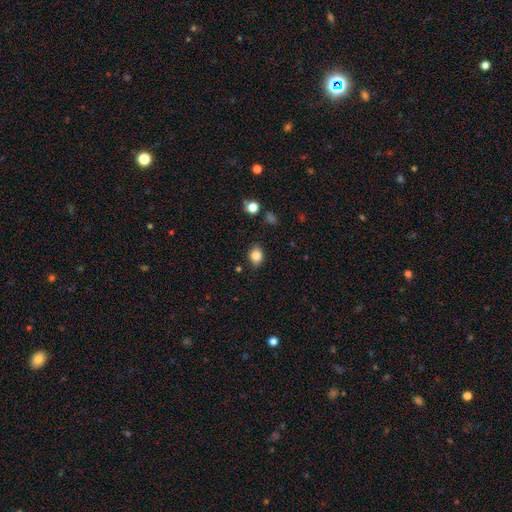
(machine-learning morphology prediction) A smooth galaxy with no disk features (83%) that is in between round and cigar-shaped (56%).

Vote fractions:
- Smooth or featured? smooth: 83% / star or artifact: 10% / featured or disk: 7%
- How rounded? in between: 56% / round: 42% / cigar-shaped: 1%
- Merging? none: 83% / minor disturbance: 13% / major disturbance: 3% / merger: 2%